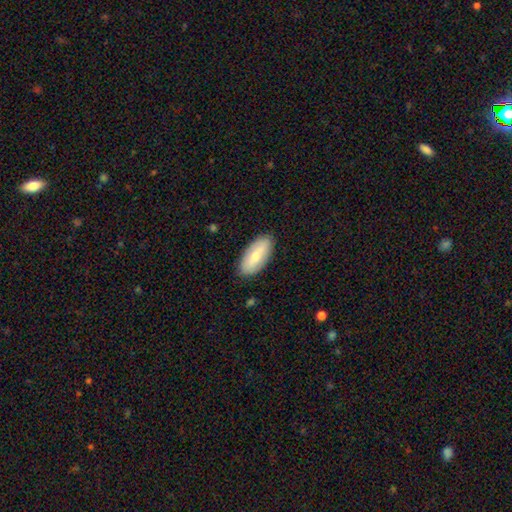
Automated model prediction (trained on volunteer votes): A smooth galaxy with no disk features (68%) that is in between round and cigar-shaped (87%). Merging: none (87%).